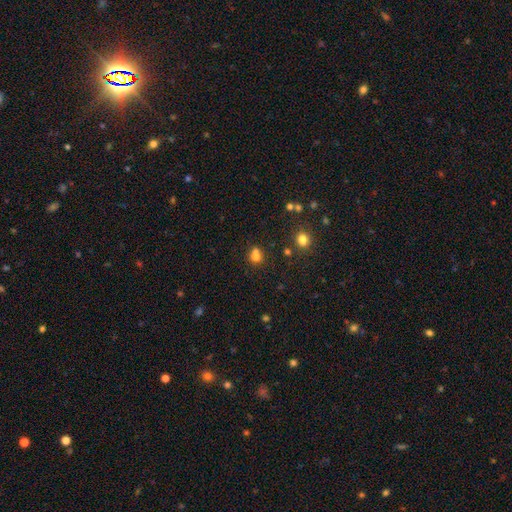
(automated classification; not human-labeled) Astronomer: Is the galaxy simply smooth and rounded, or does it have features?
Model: smooth — 72%.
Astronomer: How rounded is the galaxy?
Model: round — 81%.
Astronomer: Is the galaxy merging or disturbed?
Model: none — 45% (runner-up: merger, 44%).